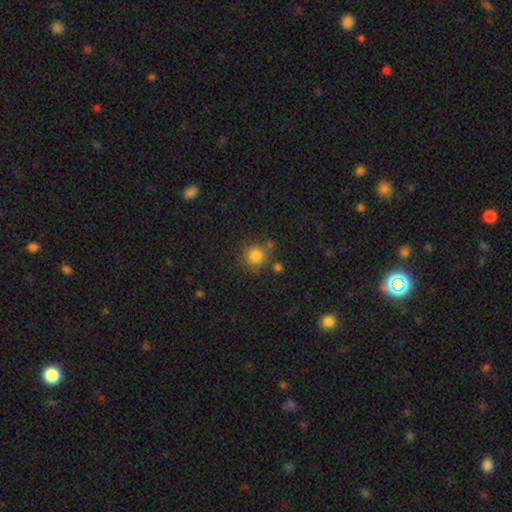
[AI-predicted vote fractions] Smooth or featured: smooth — 83% (star or artifact — 12%)
How rounded: round — 92% (in between — 7%)
Merging: none — 76% (minor disturbance — 12%)